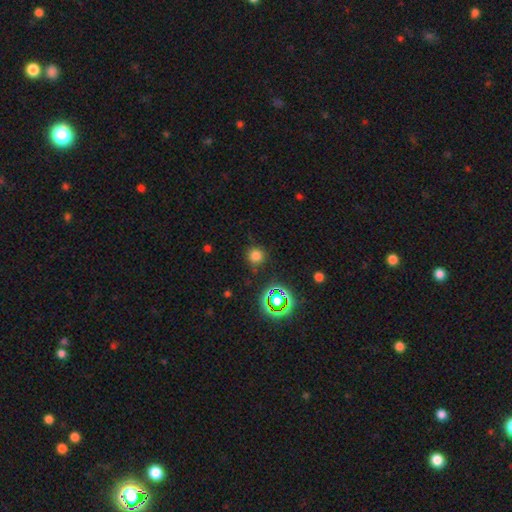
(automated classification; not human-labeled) Smooth or featured?
  - smooth: 73% *
  - star or artifact: 22%
  - featured or disk: 5%
How rounded?
  - round: 92% *
  - in between: 7%
  - cigar-shaped: 1%
Merging?
  - none: 81% *
  - minor disturbance: 12%
  - major disturbance: 4%
  - merger: 3%